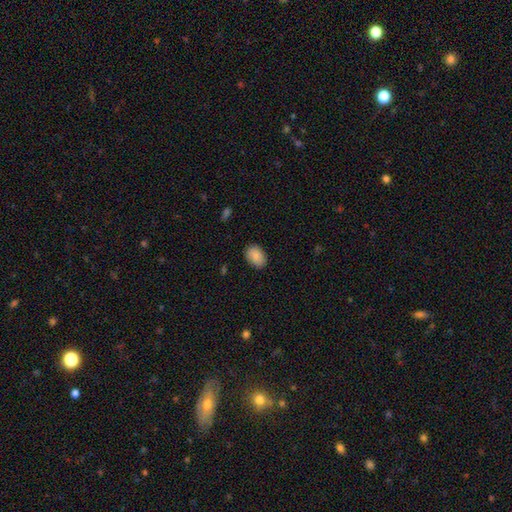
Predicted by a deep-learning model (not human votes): Smooth or featured?
  - smooth: 88% *
  - star or artifact: 7%
  - featured or disk: 5%
How rounded?
  - in between: 81% *
  - round: 18%
  - cigar-shaped: 1%
Merging?
  - none: 84% *
  - minor disturbance: 12%
  - major disturbance: 2%
  - merger: 1%